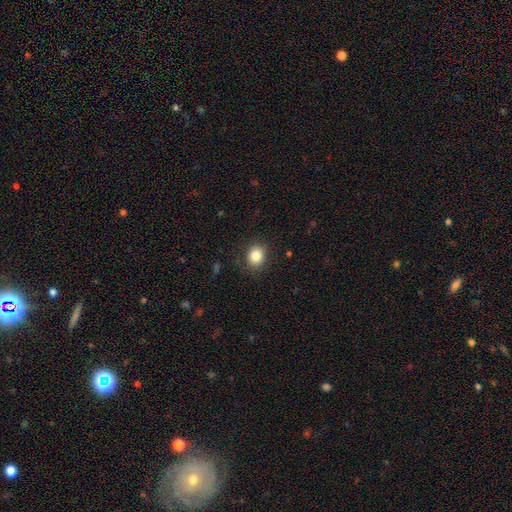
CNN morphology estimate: smooth_or_featured: smooth (p=0.84) [alt: star or artifact p=0.10]
how_rounded: round (p=0.64) [alt: in between p=0.35]
merging: none (p=0.85) [alt: minor disturbance p=0.11]